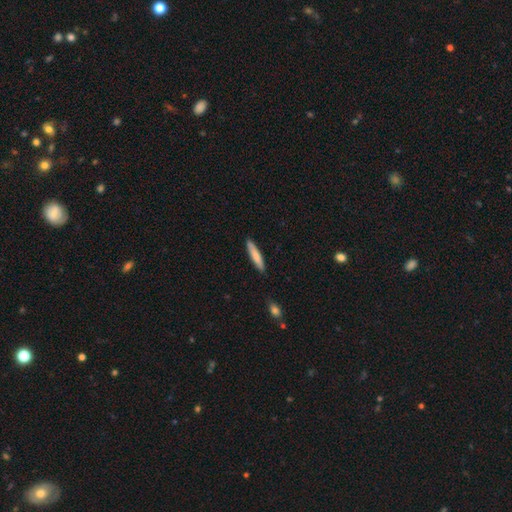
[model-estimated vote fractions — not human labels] smooth 79%, featured or disk 16%, star or artifact 5%. Down the decision tree: how rounded — cigar-shaped (89%); merging — none (88%).